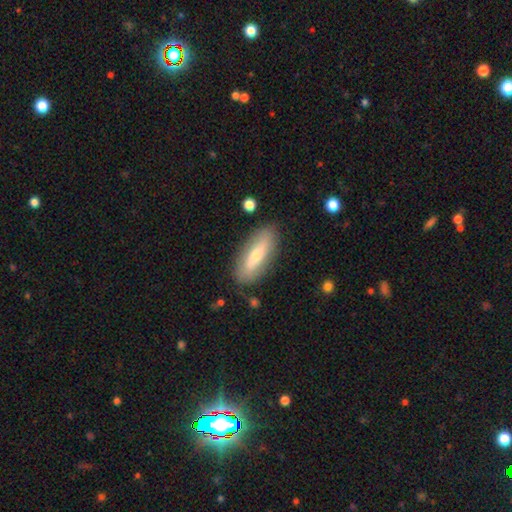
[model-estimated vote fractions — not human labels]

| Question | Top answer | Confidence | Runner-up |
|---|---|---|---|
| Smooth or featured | smooth | 59% | featured or disk (35%) |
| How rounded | in between | 65% | cigar-shaped (32%) |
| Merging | none | 84% | minor disturbance (11%) |